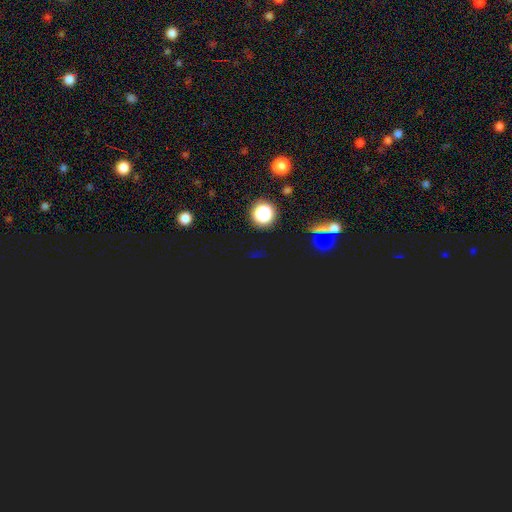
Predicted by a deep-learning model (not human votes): Smooth or featured?
  - star or artifact: 79% *
  - smooth: 14%
  - featured or disk: 7%